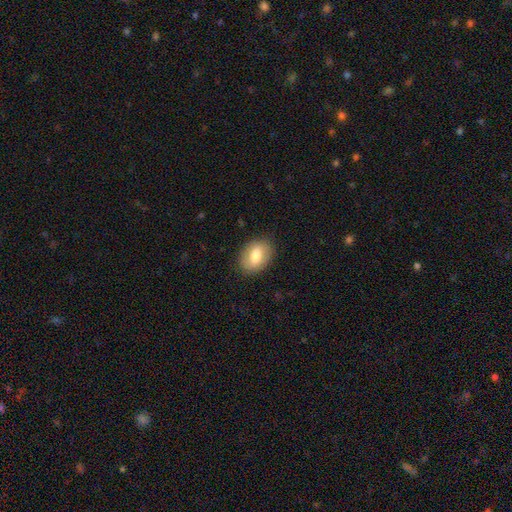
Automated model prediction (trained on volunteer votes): Overall: smooth (74%). How rounded: in between (75%). Merging: none (86%).